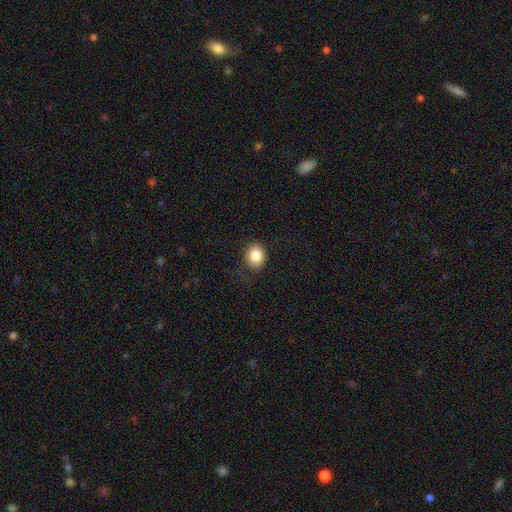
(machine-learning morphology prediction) Smooth or featured: smooth — 84% (star or artifact — 9%)
How rounded: round — 61% (in between — 38%)
Merging: none — 78% (minor disturbance — 16%)